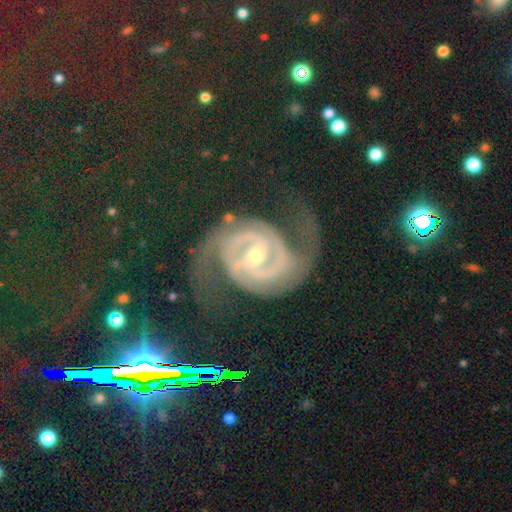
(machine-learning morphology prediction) Smooth or featured: featured or disk — 87% (star or artifact — 9%)
Edge-on disk: no — 98% (yes — 2%)
Bar: strong — 40% (weak — 39%)
Spiral arms: yes — 98% (no — 2%)
Spiral winding: medium — 48% (tight — 40%)
Spiral arm count: 2 — 88% (3 — 4%)
Bulge size: small — 48% (tied with moderate — 48%)
Merging: none — 69% (minor disturbance — 17%)